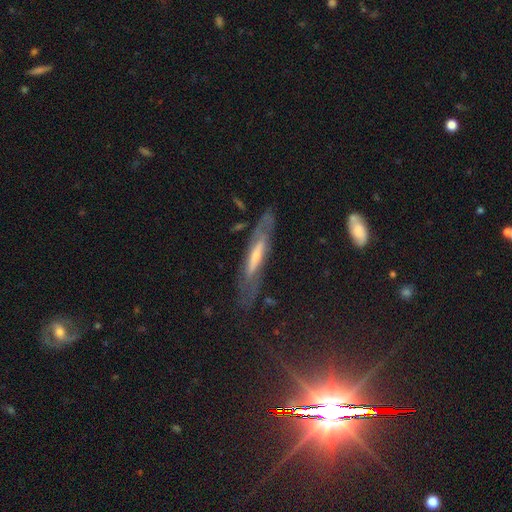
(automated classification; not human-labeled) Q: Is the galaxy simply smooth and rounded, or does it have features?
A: featured or disk — 63%.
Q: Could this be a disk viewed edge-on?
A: yes — 60%.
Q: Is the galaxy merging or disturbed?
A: none — 66%.